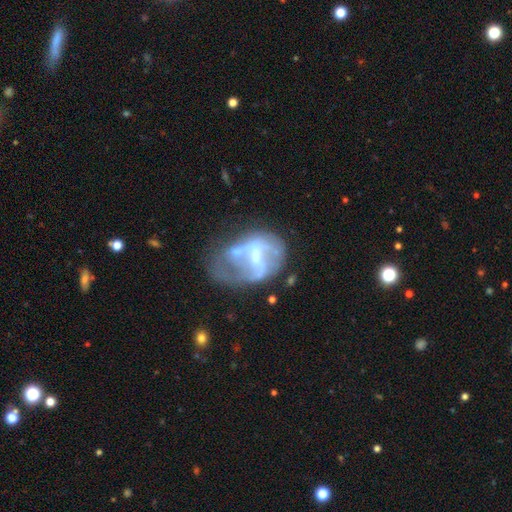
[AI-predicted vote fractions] This appears to be a featured or disk galaxy (75%) with a weak bar (40%), spiral arms (61%) and a small central bulge (41%). Merging: major disturbance (35%).